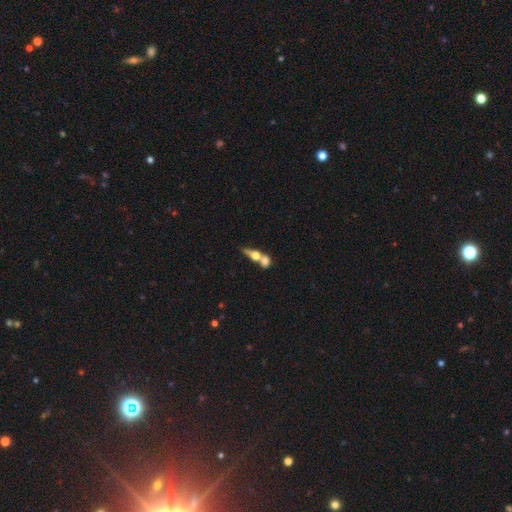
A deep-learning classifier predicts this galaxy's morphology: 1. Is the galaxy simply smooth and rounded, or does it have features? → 53% smooth, 38% featured or disk, 9% star or artifact.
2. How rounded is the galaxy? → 46% in between, 28% cigar-shaped, 26% round.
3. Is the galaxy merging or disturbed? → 66% merger, 22% none, 7% minor disturbance, 6% major disturbance.